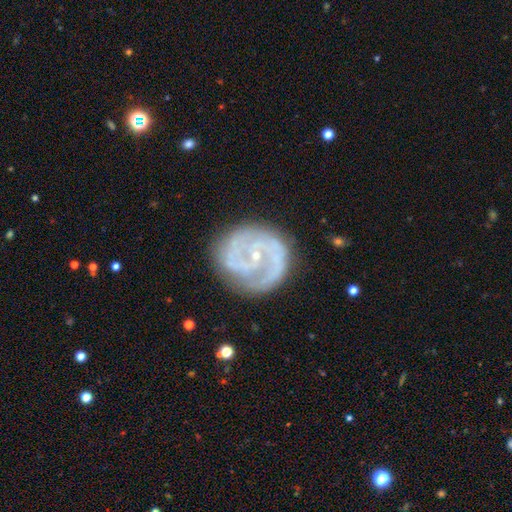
Smooth or featured? 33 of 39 (85%) said featured or disk. Edge-on disk? 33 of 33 (100%) said no. Bar? 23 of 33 (70%) said no. Spiral arms? 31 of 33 (94%) said yes. Spiral winding? 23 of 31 (74%) said tight. Spiral arm count? 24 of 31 (77%) said 2. Bulge size? 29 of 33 (88%) said small. Merging? 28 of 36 (78%) said none.